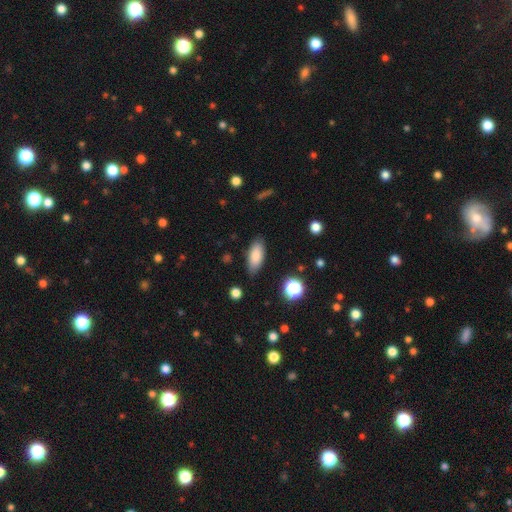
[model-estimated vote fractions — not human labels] The model was most divided on "how rounded": in between: 81%, cigar-shaped: 16%, round: 3%. More confident: merging — none (85%); smooth or featured — smooth (84%).